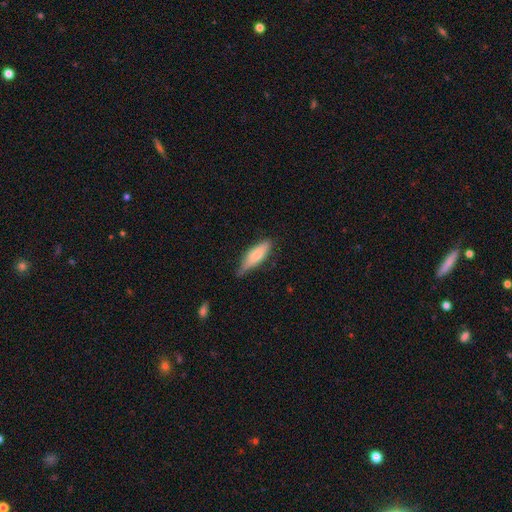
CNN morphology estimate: Q: Smooth or featured?
A: smooth (70%); runner-up: featured or disk (24%)
Q: How rounded?
A: cigar-shaped (52%); runner-up: in between (46%)
Q: Merging?
A: none (57%); runner-up: minor disturbance (35%)